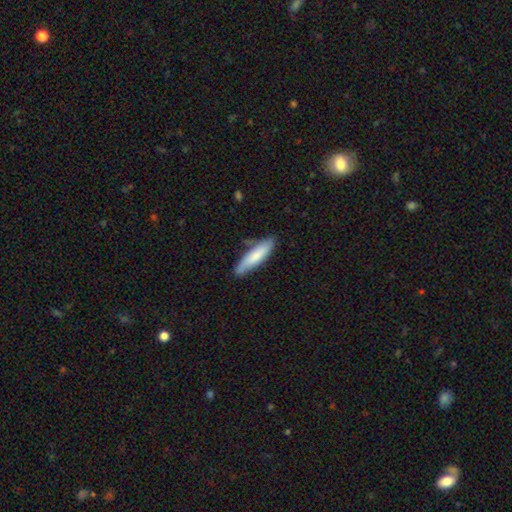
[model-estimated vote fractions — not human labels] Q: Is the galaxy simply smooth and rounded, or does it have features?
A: smooth — 76%.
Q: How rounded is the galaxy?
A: cigar-shaped — 71%.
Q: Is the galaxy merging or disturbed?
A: none — 73%.